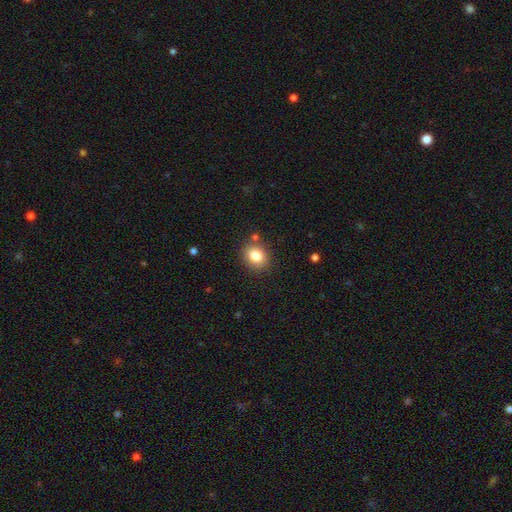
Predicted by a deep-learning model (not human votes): Morphology: type=smooth (82%); roundness=round (62%); merging=none (83%).